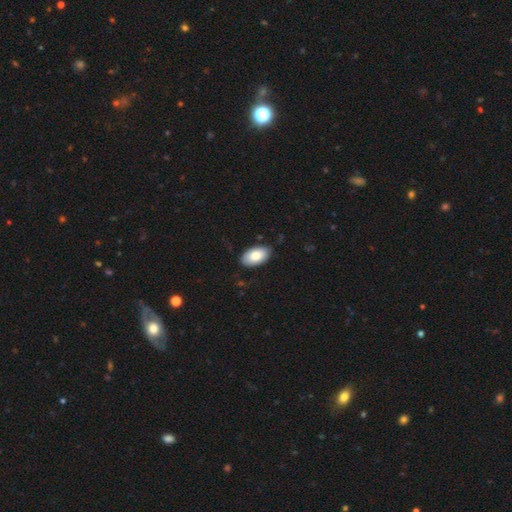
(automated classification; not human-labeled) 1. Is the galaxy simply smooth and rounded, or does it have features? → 83% smooth, 11% featured or disk, 6% star or artifact.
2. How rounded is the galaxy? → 95% in between, 4% round, 1% cigar-shaped.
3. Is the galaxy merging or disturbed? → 85% none, 12% minor disturbance, 2% major disturbance, 1% merger.